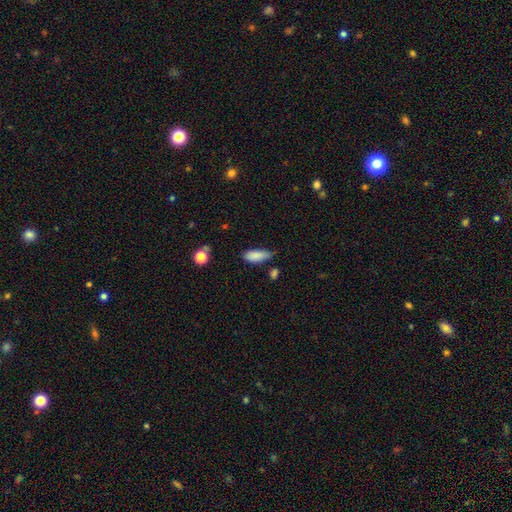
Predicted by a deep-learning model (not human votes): Smooth or featured: smooth — 86% (star or artifact — 7%)
How rounded: in between — 77% (cigar-shaped — 20%)
Merging: none — 60% (minor disturbance — 31%)